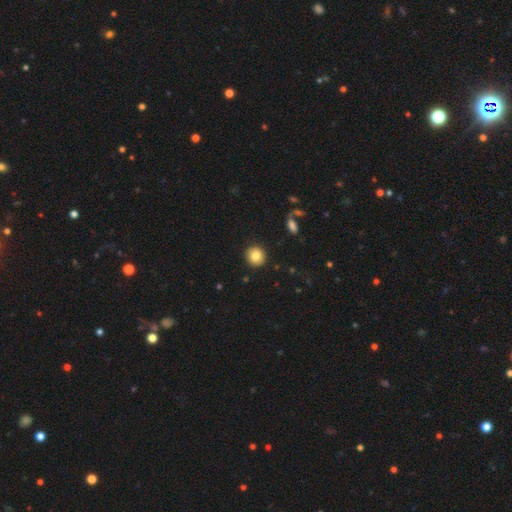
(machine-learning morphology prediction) Overall: smooth (84%). How rounded: round (90%). Merging: none (90%).